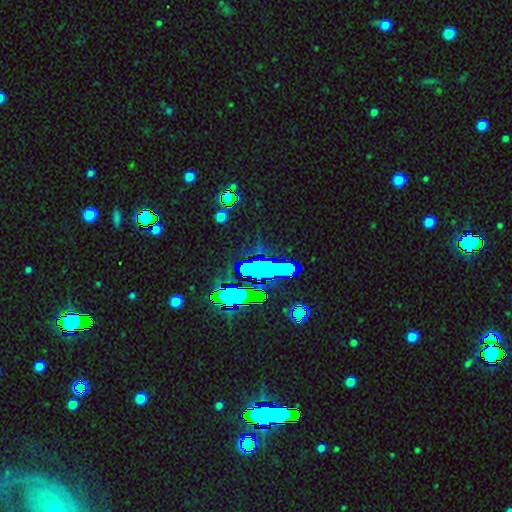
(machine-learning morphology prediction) Smooth or featured?
  - star or artifact: 73% *
  - smooth: 14%
  - featured or disk: 13%